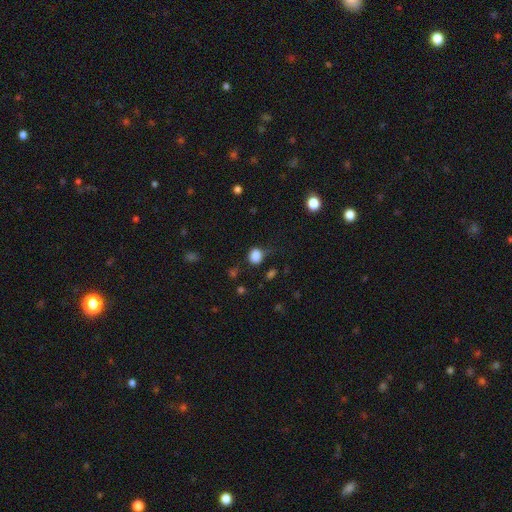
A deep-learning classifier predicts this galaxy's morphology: This is clearly a smooth galaxy (84%). How rounded: likely round (73%). Merging: likely none (62%).